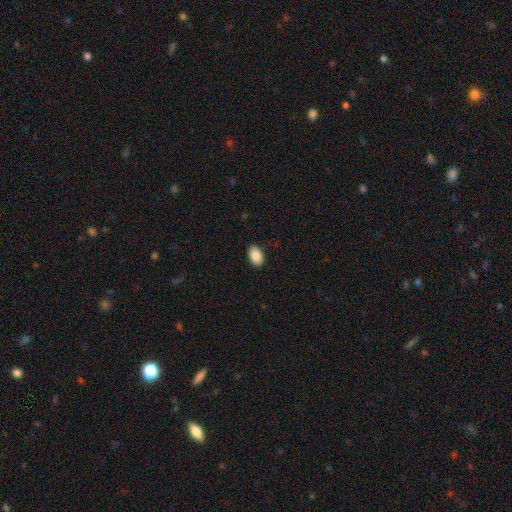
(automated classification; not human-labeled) The model was most divided on "merging": none: 87%, minor disturbance: 10%, major disturbance: 2%, merger: 1%. More confident: how rounded — in between (92%); smooth or featured — smooth (89%).